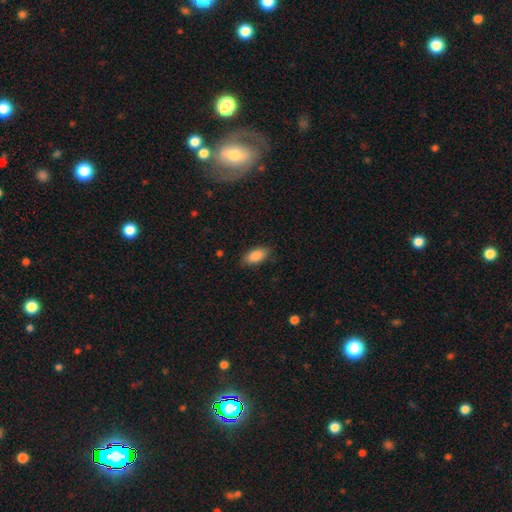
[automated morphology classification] Q: Smooth or featured?
A: smooth (87%); runner-up: star or artifact (7%)
Q: How rounded?
A: in between (91%); runner-up: cigar-shaped (6%)
Q: Merging?
A: none (85%); runner-up: minor disturbance (11%)